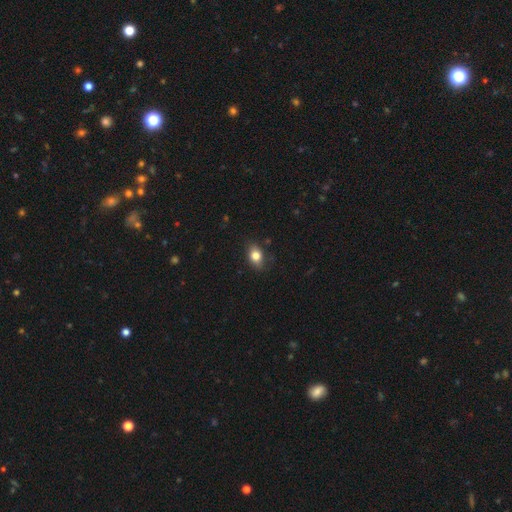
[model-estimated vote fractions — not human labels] Smooth or featured? Predicted: smooth (p=0.81). How rounded? Predicted: in between (p=0.73). Merging? Predicted: none (p=0.80).